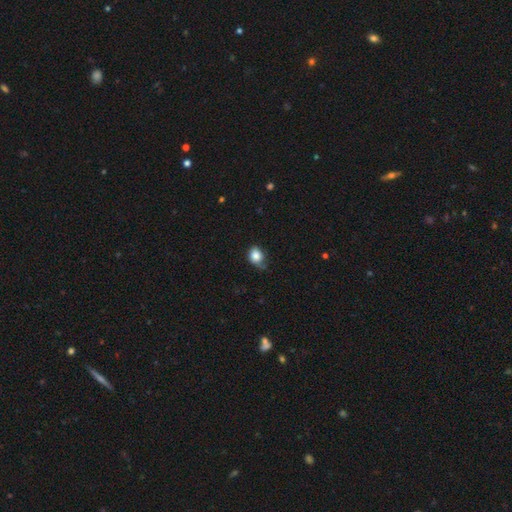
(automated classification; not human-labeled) Smooth or featured: smooth — 81% (featured or disk — 10%)
How rounded: in between — 50% (round — 49%)
Merging: none — 47% (minor disturbance — 37%)